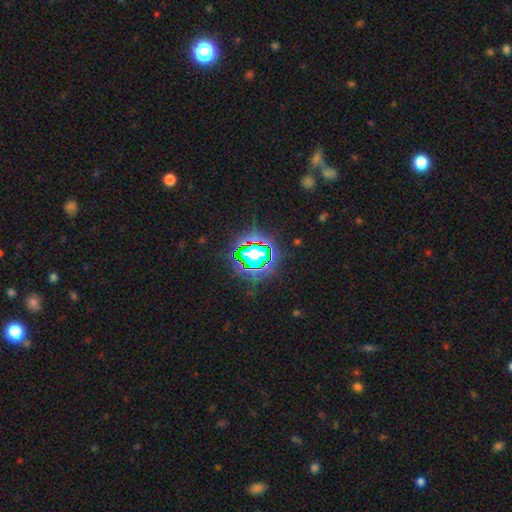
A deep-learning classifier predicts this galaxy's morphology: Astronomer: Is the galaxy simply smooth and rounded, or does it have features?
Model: star or artifact — 74%.